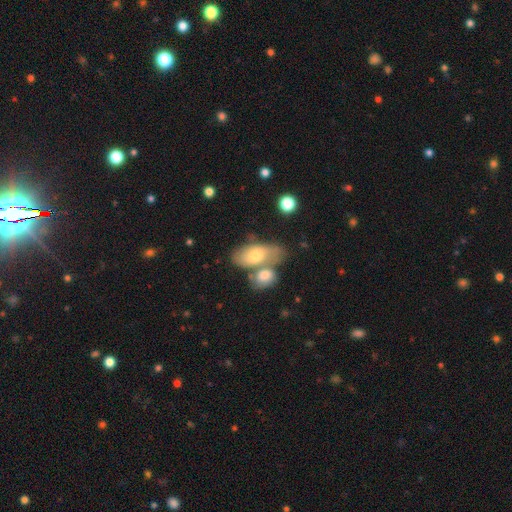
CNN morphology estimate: This appears to be a smooth galaxy with no disk features (61%) that is in between round and cigar-shaped (87%). Merging: merger (44%).